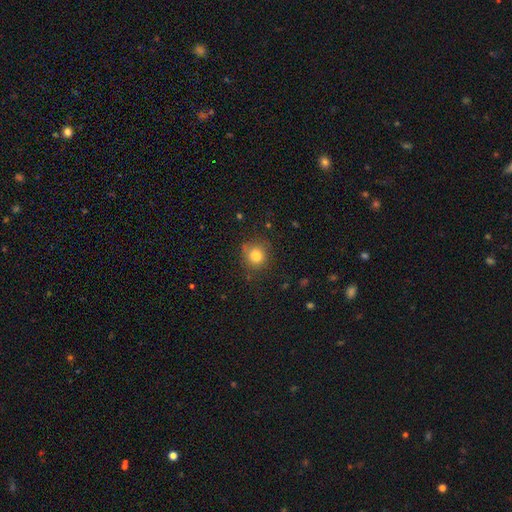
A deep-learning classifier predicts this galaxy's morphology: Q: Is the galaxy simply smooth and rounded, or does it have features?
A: smooth — 80%.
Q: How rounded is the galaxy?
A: round — 87%.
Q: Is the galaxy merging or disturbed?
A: none — 79%.